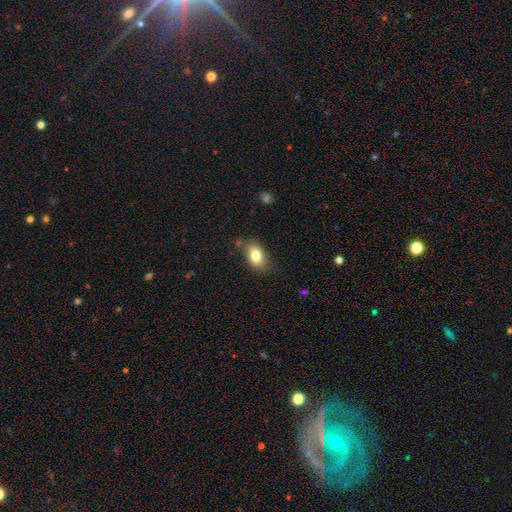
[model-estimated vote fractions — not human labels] smooth_or_featured: smooth (p=0.80) [alt: featured or disk p=0.12]
how_rounded: in between (p=0.86) [alt: round p=0.13]
merging: none (p=0.75) [alt: minor disturbance p=0.18]